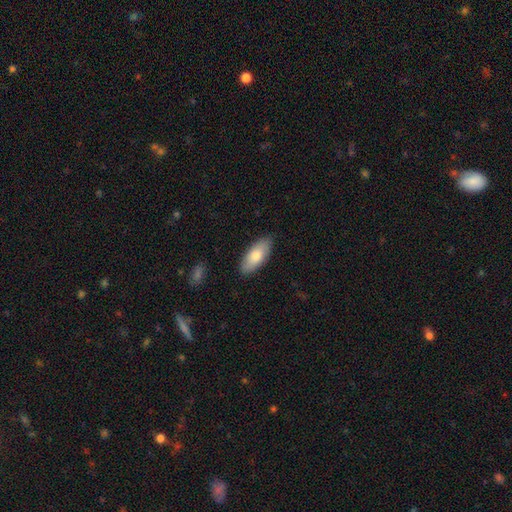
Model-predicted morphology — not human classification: Overall: smooth (78%). How rounded: in between (85%). Merging: none (86%).